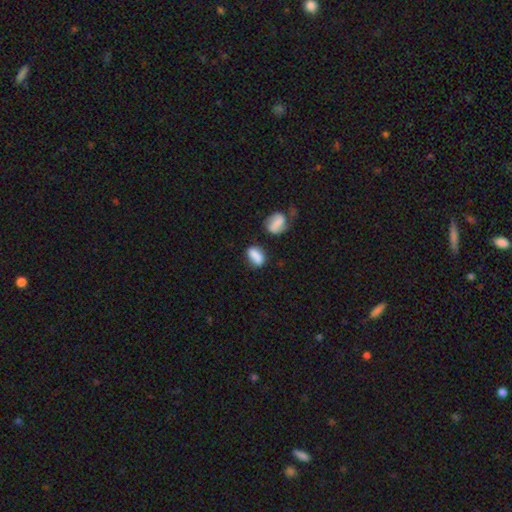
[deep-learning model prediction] smooth 81%, featured or disk 10%, star or artifact 9%. Down the decision tree: how rounded — in between (81%); merging — none (62%).